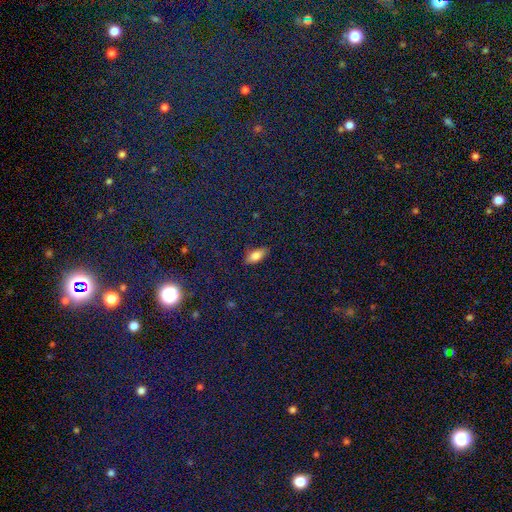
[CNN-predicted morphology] The model was most divided on "smooth or featured": smooth: 79%, featured or disk: 12%, star or artifact: 9%. More confident: merging — none (86%); how rounded — in between (84%).